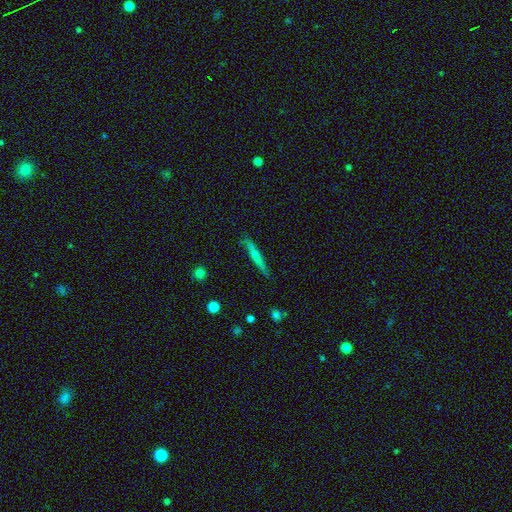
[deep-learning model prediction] This is possibly a smooth galaxy (55%). How rounded: clearly cigar-shaped (94%). Merging: clearly none (82%).